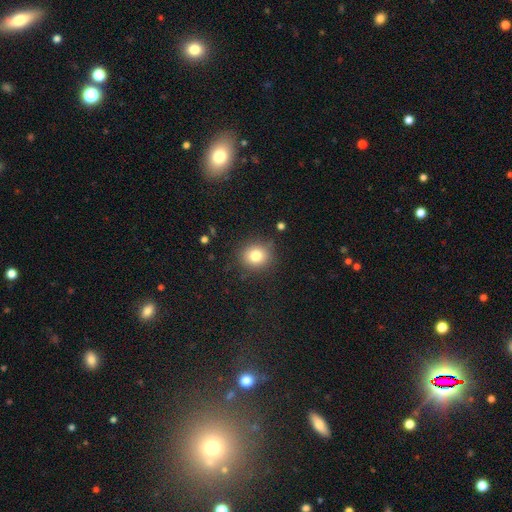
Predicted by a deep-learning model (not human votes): A smooth galaxy with no disk features (80%) that is round (84%). Merging: none (85%).